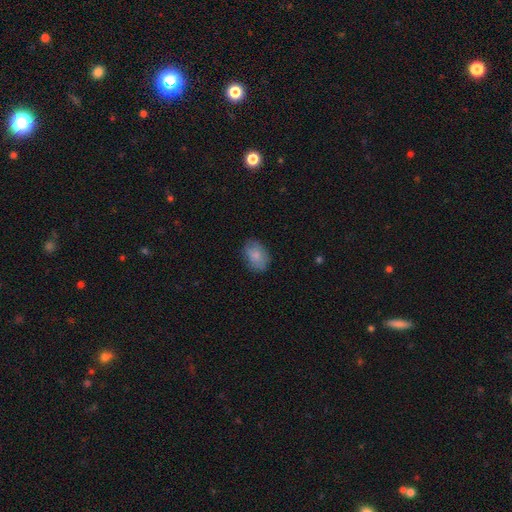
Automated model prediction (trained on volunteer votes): Smooth or featured? smooth (83%)
How rounded? in between (83%)
Merging? none (79%)